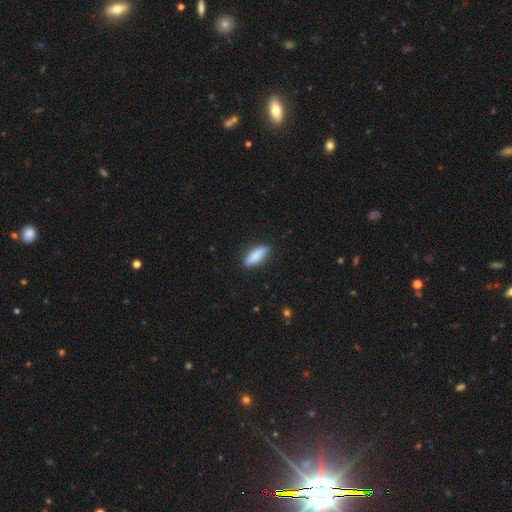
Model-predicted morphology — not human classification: The model was most divided on "how rounded": in between: 53%, cigar-shaped: 45%, round: 2%. More confident: merging — none (87%); smooth or featured — smooth (80%).